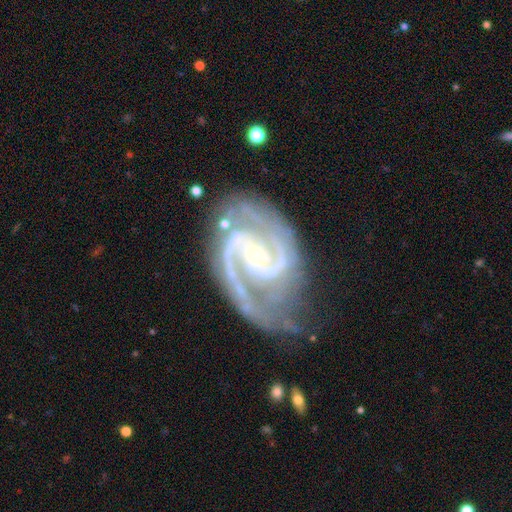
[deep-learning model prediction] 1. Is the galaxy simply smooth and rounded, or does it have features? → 93% featured or disk, 5% star or artifact, 2% smooth.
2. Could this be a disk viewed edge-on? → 98% no, 2% yes.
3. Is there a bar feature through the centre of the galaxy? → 51% no, 32% weak, 17% strong.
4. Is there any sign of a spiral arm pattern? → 99% yes, 1% no.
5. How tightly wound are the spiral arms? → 50% medium, 44% tight, 7% loose.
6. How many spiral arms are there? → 84% 2, 7% 3, 3% can't tell, 2% 4, 2% 1, 2% more than 4.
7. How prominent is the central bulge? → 77% small, 19% moderate, 1% none, 1% large, 1% dominant.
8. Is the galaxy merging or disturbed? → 62% none, 24% minor disturbance, 11% major disturbance, 3% merger.